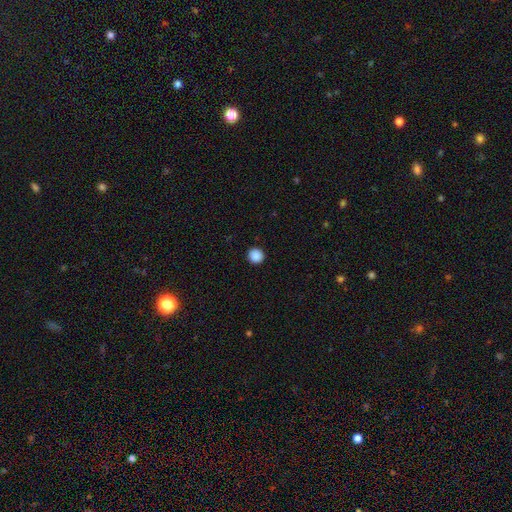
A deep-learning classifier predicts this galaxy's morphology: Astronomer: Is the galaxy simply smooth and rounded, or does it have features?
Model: smooth — 88%.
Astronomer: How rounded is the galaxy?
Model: round — 94%.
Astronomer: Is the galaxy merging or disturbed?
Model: none — 93%.